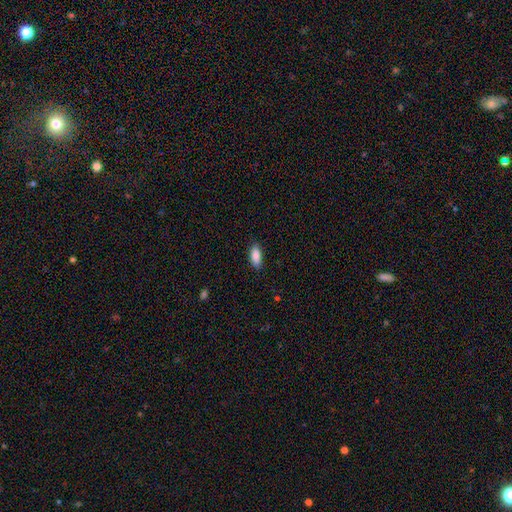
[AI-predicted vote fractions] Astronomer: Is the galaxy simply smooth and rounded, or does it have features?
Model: smooth — 87%.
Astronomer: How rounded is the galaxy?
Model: in between — 80%.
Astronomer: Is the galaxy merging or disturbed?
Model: none — 86%.